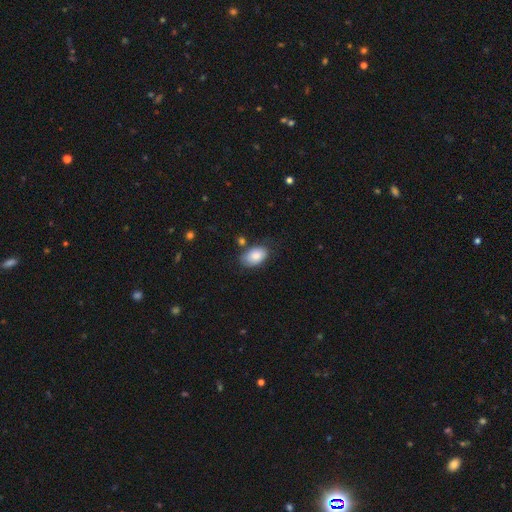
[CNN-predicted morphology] smooth 82%, featured or disk 11%, star or artifact 7%. Down the decision tree: how rounded — in between (91%); merging — none (66%).